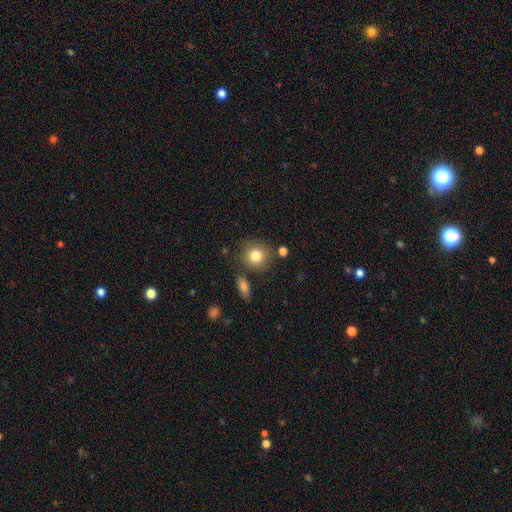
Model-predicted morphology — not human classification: smooth-or-featured: smooth: 83% | star or artifact: 9% | featured or disk: 8%
  how-rounded: round: 86% | in between: 13% | cigar-shaped: 1%
  merging: none: 78% | minor disturbance: 11% | merger: 7% | major disturbance: 4%